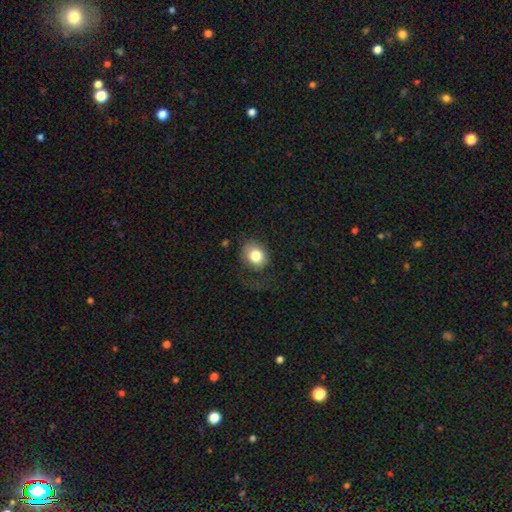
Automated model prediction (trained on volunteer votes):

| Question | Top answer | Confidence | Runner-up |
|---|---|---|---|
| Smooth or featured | smooth | 80% | featured or disk (11%) |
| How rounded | round | 62% | in between (37%) |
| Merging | none | 60% | minor disturbance (20%) |